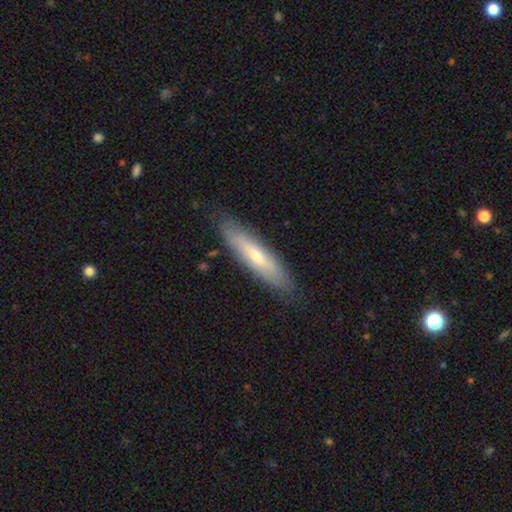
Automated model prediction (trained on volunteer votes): A smooth galaxy with no disk features (58%) that is cigar-shaped (77%).

Vote fractions:
- Smooth or featured? smooth: 58% / featured or disk: 36% / star or artifact: 6%
- How rounded? cigar-shaped: 77% / in between: 21% / round: 1%
- Merging? none: 84% / minor disturbance: 12% / major disturbance: 3% / merger: 1%